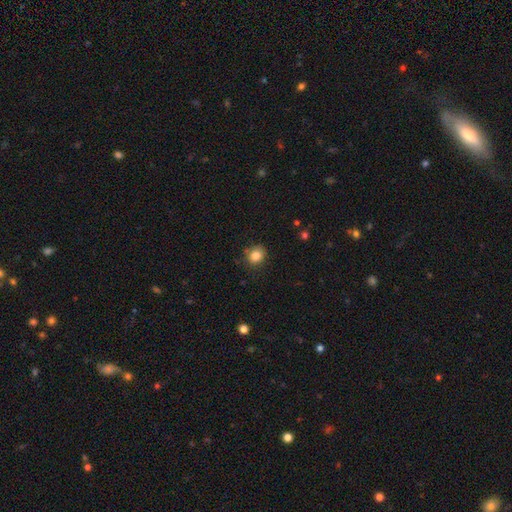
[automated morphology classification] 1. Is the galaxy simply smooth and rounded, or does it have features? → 83% smooth, 11% star or artifact, 6% featured or disk.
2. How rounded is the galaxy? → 69% round, 30% in between, 1% cigar-shaped.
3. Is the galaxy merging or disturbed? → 81% none, 14% minor disturbance, 3% major disturbance, 2% merger.